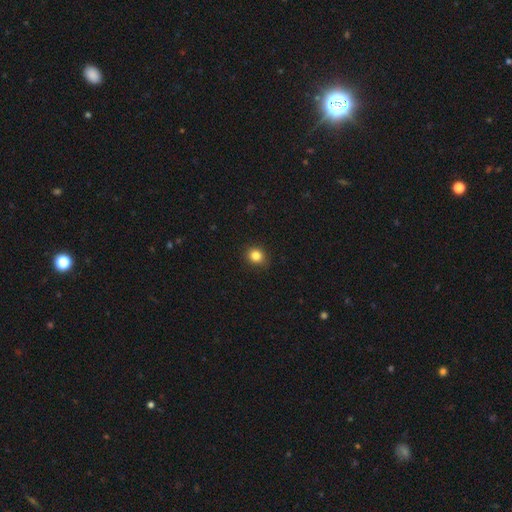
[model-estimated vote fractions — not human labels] This is clearly a smooth galaxy (84%). How rounded: clearly round (80%). Merging: clearly none (89%).